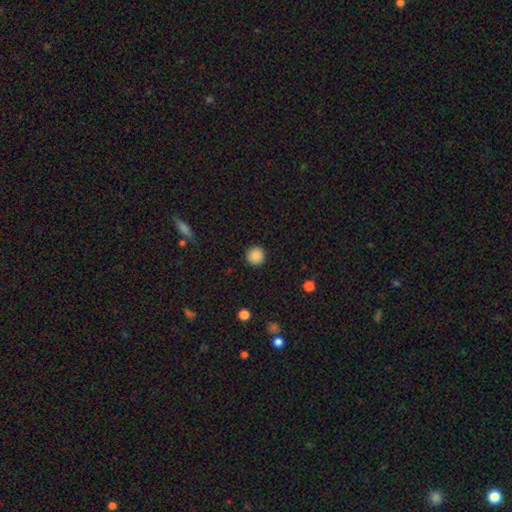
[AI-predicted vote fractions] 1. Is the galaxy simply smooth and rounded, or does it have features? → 88% smooth, 9% star or artifact, 3% featured or disk.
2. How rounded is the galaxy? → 95% round, 4% in between, 1% cigar-shaped.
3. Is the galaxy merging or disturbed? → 92% none, 5% minor disturbance, 2% major disturbance, 1% merger.